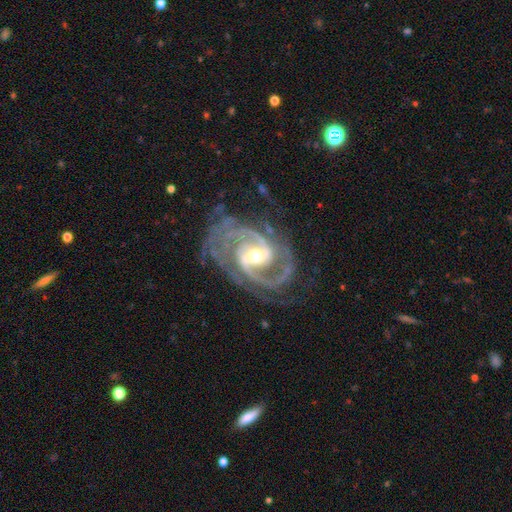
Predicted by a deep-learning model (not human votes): This appears to be a featured or disk galaxy (93%) with a weak bar (44%), 2 (79%) medium (54%) spiral arms (98%) and a moderate central bulge (63%). Merging: none (67%).